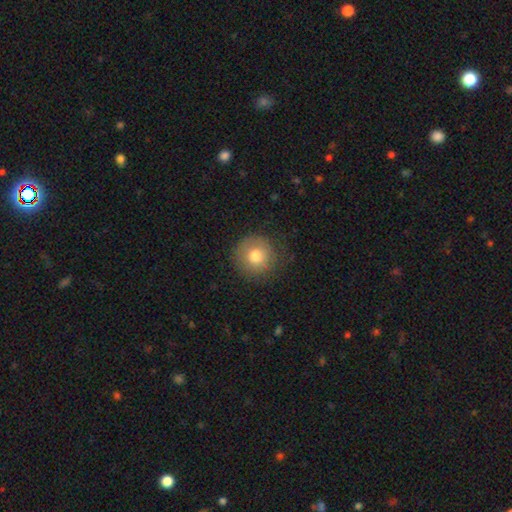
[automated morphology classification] Q: Smooth or featured?
A: smooth (76%); runner-up: featured or disk (14%)
Q: How rounded?
A: round (94%); runner-up: in between (5%)
Q: Merging?
A: none (80%); runner-up: minor disturbance (13%)